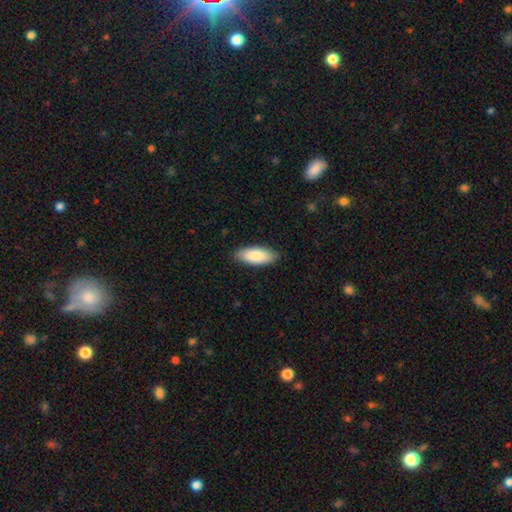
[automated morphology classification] This is clearly a smooth galaxy (86%). How rounded: clearly in between (81%). Merging: clearly none (88%).